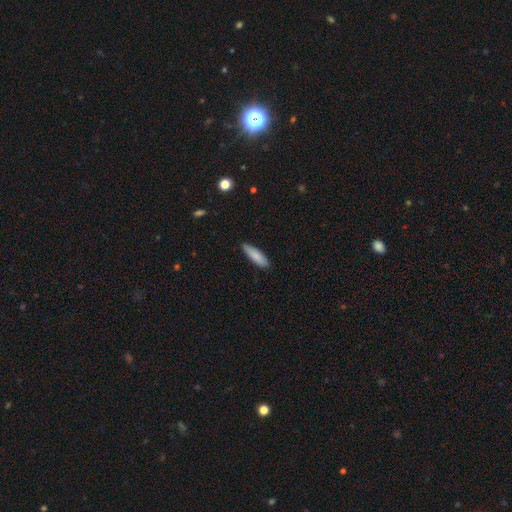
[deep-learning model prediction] Smooth or featured?
  - smooth: 85% *
  - featured or disk: 9%
  - star or artifact: 6%
How rounded?
  - cigar-shaped: 56% *
  - in between: 42%
  - round: 1%
Merging?
  - none: 81% *
  - minor disturbance: 16%
  - major disturbance: 2%
  - merger: 1%